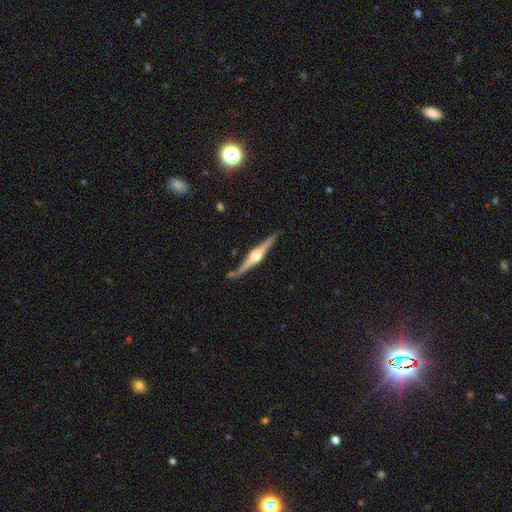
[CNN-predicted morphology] A featured or disk galaxy (86%) viewed edge-on (98%) with a rounded central bulge (95%).

Vote fractions:
- Smooth or featured? featured or disk: 86% / smooth: 10% / star or artifact: 5%
- Edge-on disk? yes: 98% / no: 2%
- Edge-on bulge? rounded: 95% / boxy: 4% / none: 2%
- Merging? none: 86% / minor disturbance: 9% / merger: 3% / major disturbance: 2%